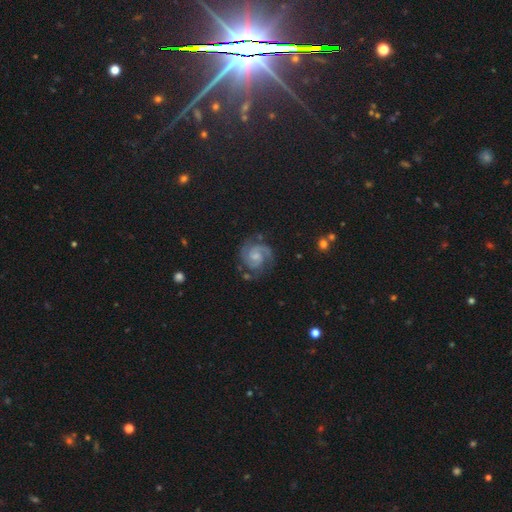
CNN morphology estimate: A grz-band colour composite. It shows a featured or disk galaxy (88%) with no bar (54%), 2 (84%) tight (47%) spiral arms (98%) and a small central bulge (48%). Merging: none (73%).